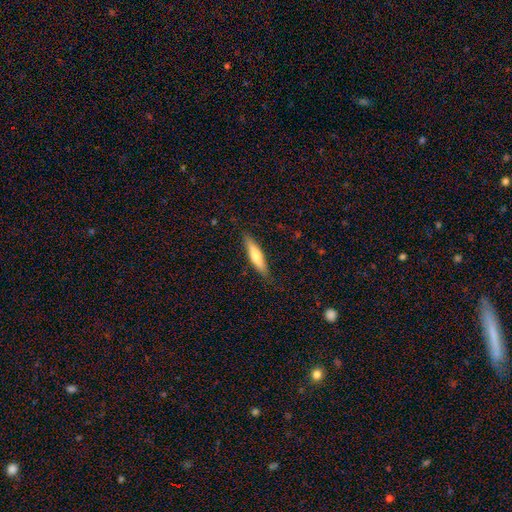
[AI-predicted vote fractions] The model was most divided on "smooth or featured": smooth: 64%, featured or disk: 31%, star or artifact: 5%. More confident: merging — none (87%); how rounded — cigar-shaped (82%).